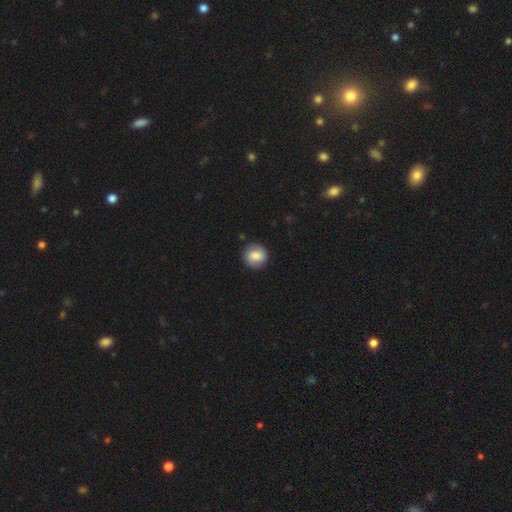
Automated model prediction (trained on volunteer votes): The model was most divided on "smooth or featured": smooth: 70%, featured or disk: 22%, star or artifact: 8%. More confident: merging — none (86%); how rounded — round (86%).